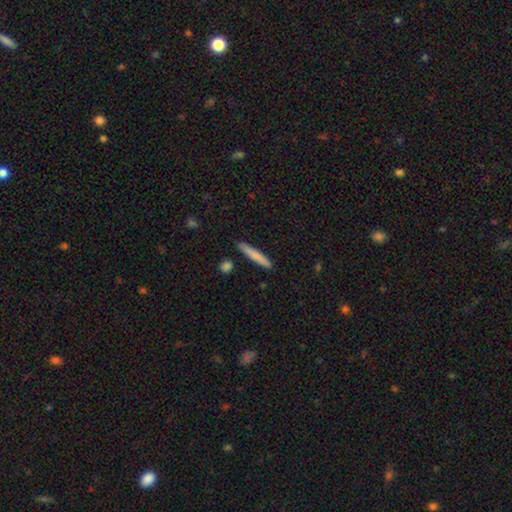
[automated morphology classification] The model was most divided on "smooth or featured": smooth: 78%, featured or disk: 16%, star or artifact: 6%. More confident: how rounded — cigar-shaped (95%); merging — none (88%).